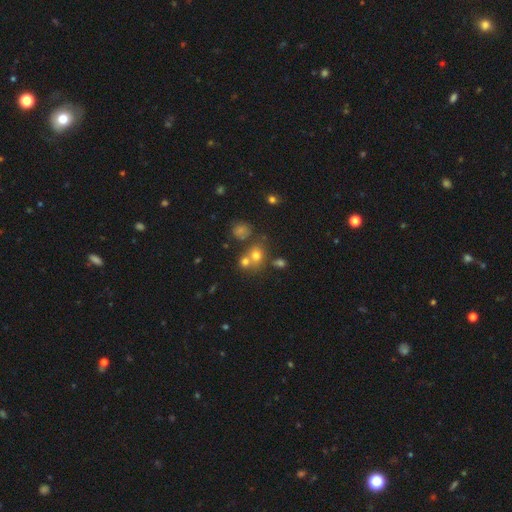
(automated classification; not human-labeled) Overall: smooth (69%). How rounded: round (72%). Merging: none (50%; merger 36%).